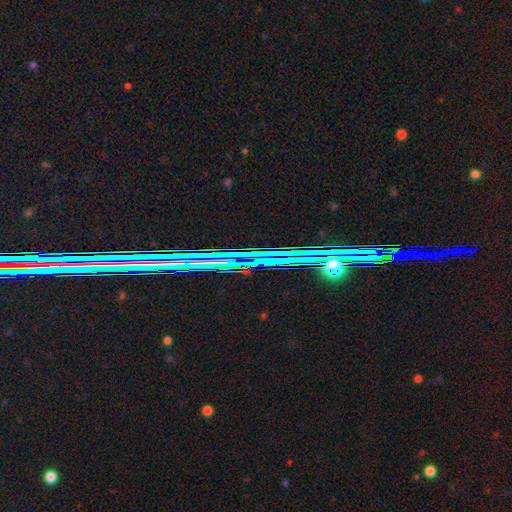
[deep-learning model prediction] This is likely a star or artifact rather than a galaxy (78%).